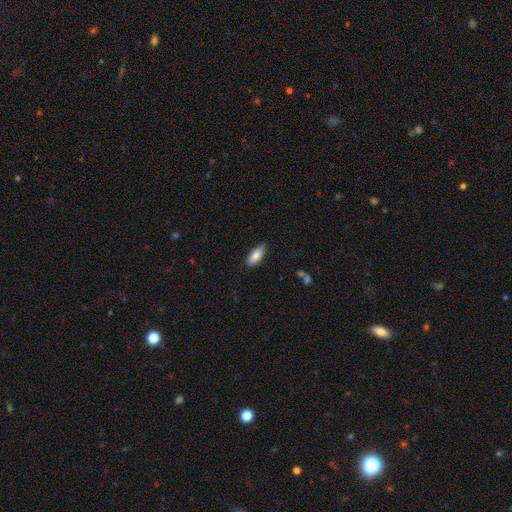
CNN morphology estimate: Overall: smooth (83%). How rounded: in between (74%). Merging: none (80%).